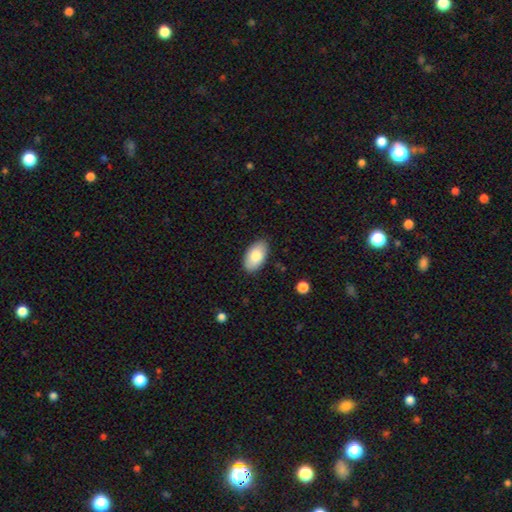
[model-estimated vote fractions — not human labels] A smooth galaxy with no disk features (83%) that is in between round and cigar-shaped (95%).

Vote fractions:
- Smooth or featured? smooth: 83% / featured or disk: 11% / star or artifact: 6%
- How rounded? in between: 95% / round: 3% / cigar-shaped: 2%
- Merging? none: 86% / minor disturbance: 10% / major disturbance: 2% / merger: 1%